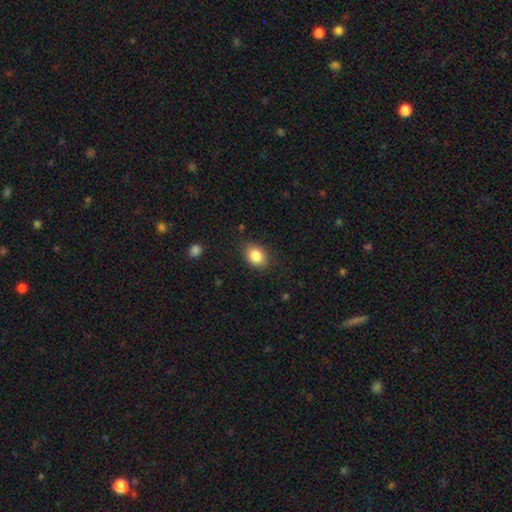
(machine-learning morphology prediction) The model was most divided on "how rounded": in between: 74%, round: 25%, cigar-shaped: 1%. More confident: smooth or featured — smooth (85%); merging — none (83%).